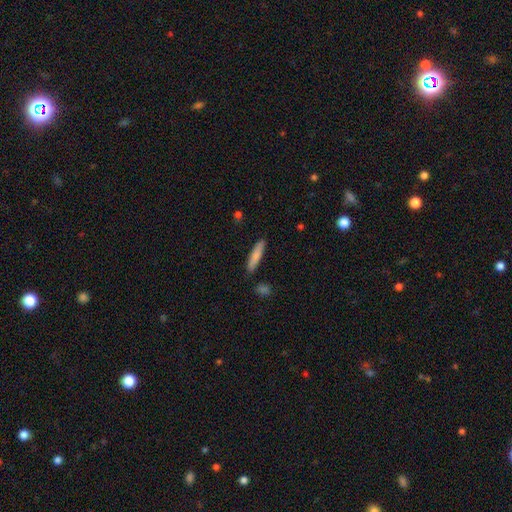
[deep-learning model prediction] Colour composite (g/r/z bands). It shows a smooth galaxy with no disk features (77%) that is cigar-shaped (85%). Merging: none (87%).